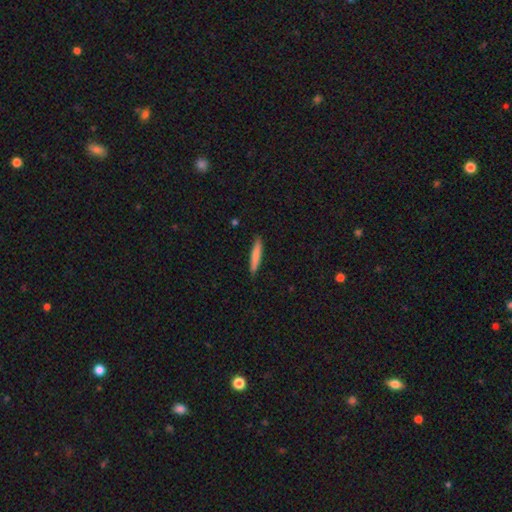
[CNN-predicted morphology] Smooth or featured? Predicted: smooth (p=0.81). How rounded? Predicted: cigar-shaped (p=0.91). Merging? Predicted: none (p=0.89).